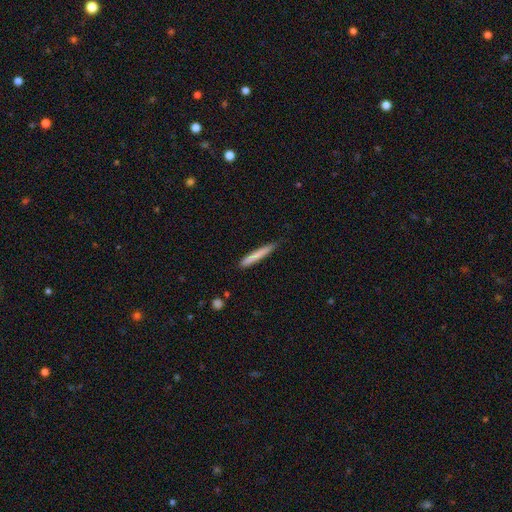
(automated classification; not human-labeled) Smooth or featured?
  - smooth: 76% *
  - featured or disk: 18%
  - star or artifact: 6%
How rounded?
  - cigar-shaped: 96% *
  - in between: 3%
  - round: 1%
Merging?
  - none: 81% *
  - minor disturbance: 15%
  - major disturbance: 2%
  - merger: 2%